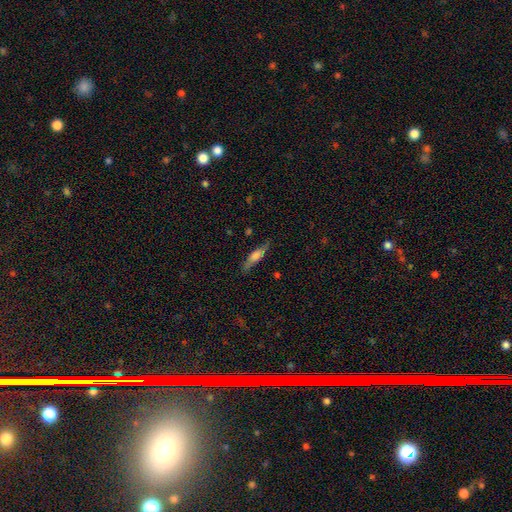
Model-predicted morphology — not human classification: The model was most divided on "smooth or featured": smooth: 53%, featured or disk: 40%, star or artifact: 7%. More confident: merging — none (79%); how rounded — cigar-shaped (73%).